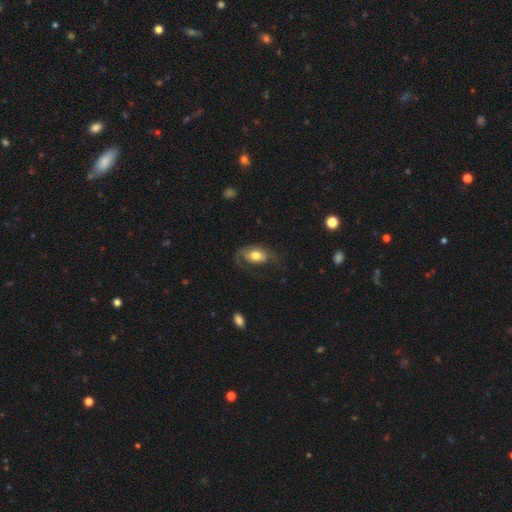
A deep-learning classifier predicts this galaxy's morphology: This appears to be a smooth galaxy with no disk features (56%) that is in between round and cigar-shaped (85%). Merging: none (43%).